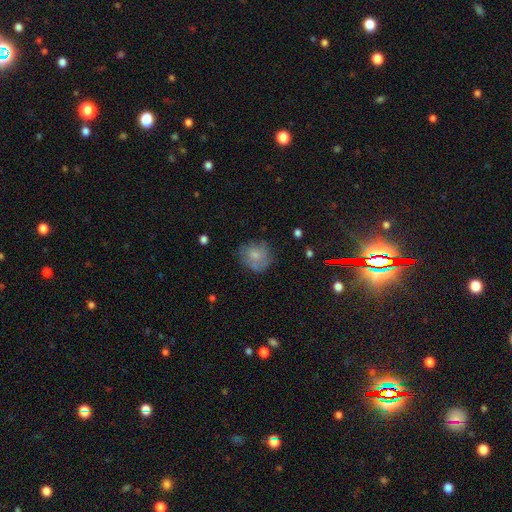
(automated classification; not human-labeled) smooth-or-featured: smooth: 72% | featured or disk: 19% | star or artifact: 9%
  how-rounded: round: 81% | in between: 18% | cigar-shaped: 1%
  merging: none: 66% | minor disturbance: 23% | major disturbance: 9% | merger: 2%